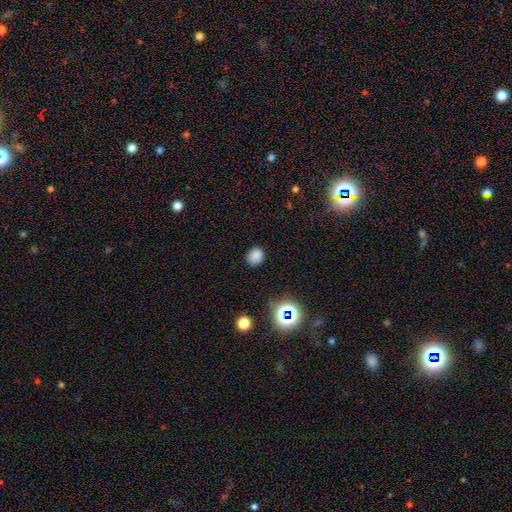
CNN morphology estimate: This appears to be a smooth galaxy with no disk features (80%) that is round (61%). Merging: none (86%).